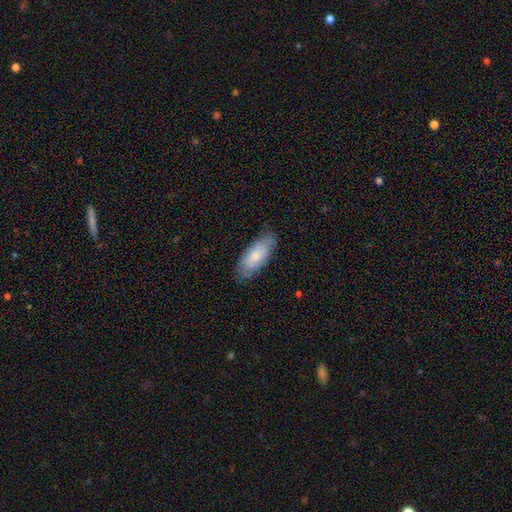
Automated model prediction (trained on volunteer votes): smooth-or-featured: smooth: 71% | featured or disk: 23% | star or artifact: 6%
  how-rounded: in between: 82% | cigar-shaped: 16% | round: 2%
  merging: none: 77% | minor disturbance: 18% | major disturbance: 4% | merger: 1%